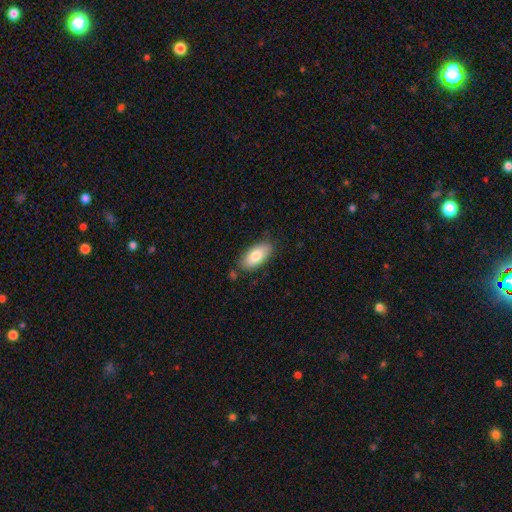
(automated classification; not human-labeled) The model was most divided on "smooth or featured": smooth: 80%, featured or disk: 14%, star or artifact: 6%. More confident: how rounded — in between (91%); merging — none (82%).